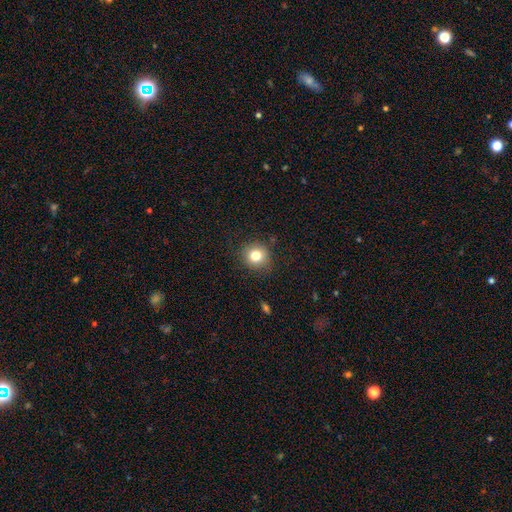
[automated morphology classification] smooth 80%, star or artifact 12%, featured or disk 8%. Down the decision tree: how rounded — round (90%); merging — none (86%).